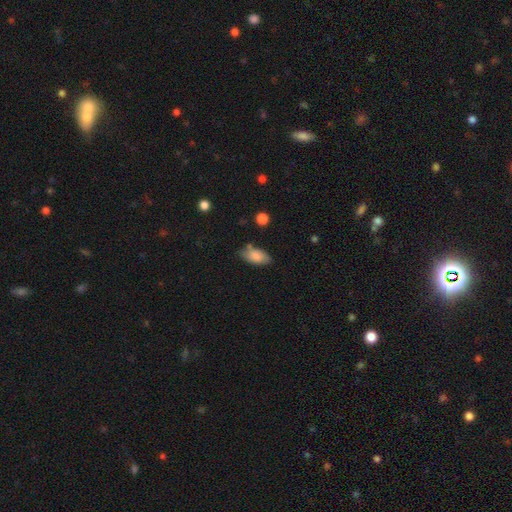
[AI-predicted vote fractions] Smooth or featured?
  - smooth: 82% *
  - featured or disk: 11%
  - star or artifact: 7%
How rounded?
  - in between: 91% *
  - cigar-shaped: 6%
  - round: 3%
Merging?
  - none: 70% *
  - minor disturbance: 21%
  - merger: 5%
  - major disturbance: 4%